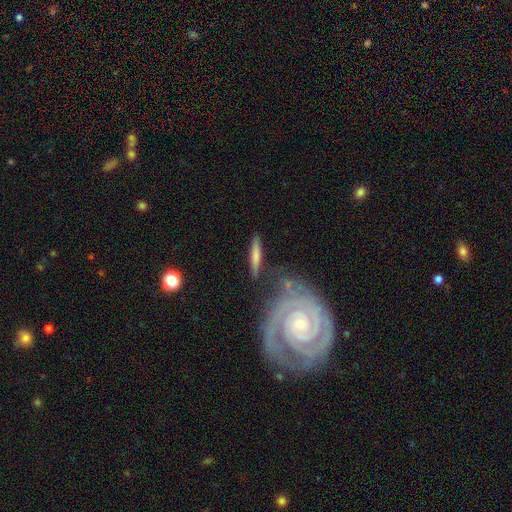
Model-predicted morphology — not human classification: Q: Smooth or featured?
A: smooth (62%); runner-up: featured or disk (32%)
Q: How rounded?
A: cigar-shaped (89%); runner-up: in between (9%)
Q: Merging?
A: none (78%); runner-up: minor disturbance (12%)